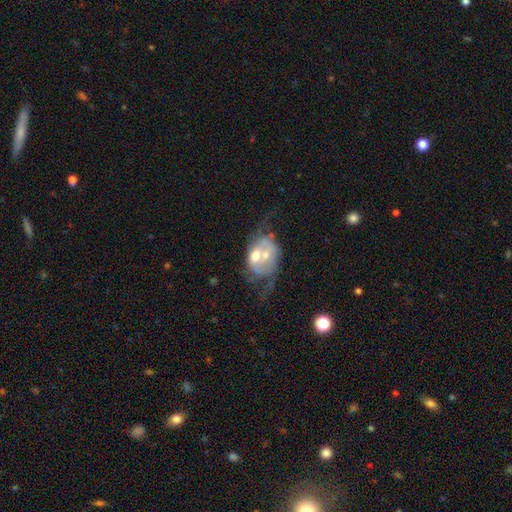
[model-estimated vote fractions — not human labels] Morphology: type=featured or disk (62%); edge-on=no (96%); bar=no (75%); spiral arms=no (59%); bulge=moderate (57%); merging=merger (46%).